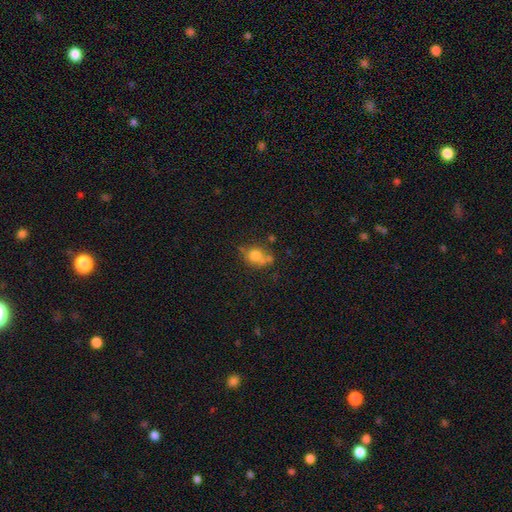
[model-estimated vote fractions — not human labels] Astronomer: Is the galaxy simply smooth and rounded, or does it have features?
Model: smooth — 71%.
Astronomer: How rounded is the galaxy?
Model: round — 69%.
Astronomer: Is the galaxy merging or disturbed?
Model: none — 49%.